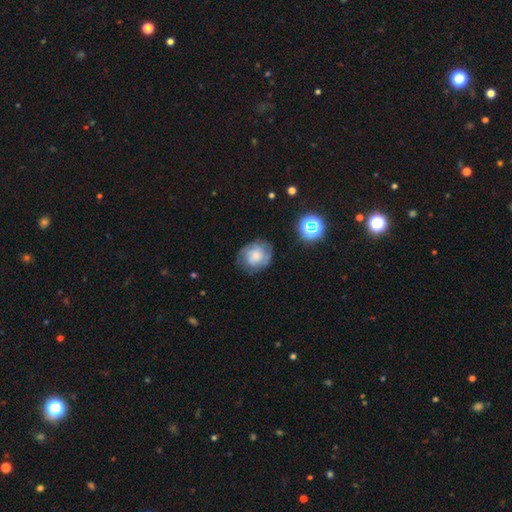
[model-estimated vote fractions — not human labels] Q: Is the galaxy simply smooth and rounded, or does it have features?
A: featured or disk — 51%.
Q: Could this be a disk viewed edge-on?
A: no — 97%.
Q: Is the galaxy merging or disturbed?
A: none — 69%.